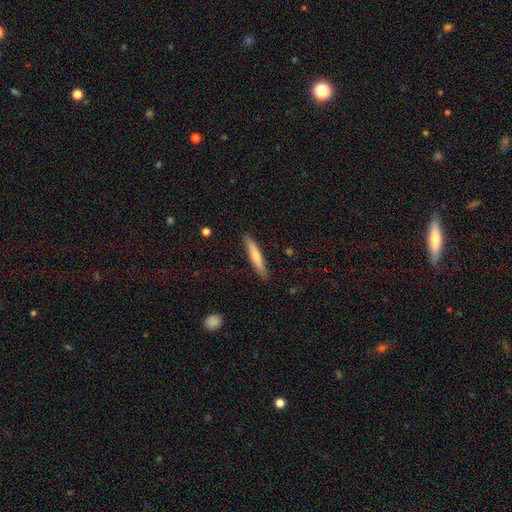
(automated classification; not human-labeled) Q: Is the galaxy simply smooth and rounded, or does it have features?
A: smooth — 62%.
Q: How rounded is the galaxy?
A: cigar-shaped — 92%.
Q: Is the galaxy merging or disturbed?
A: none — 88%.